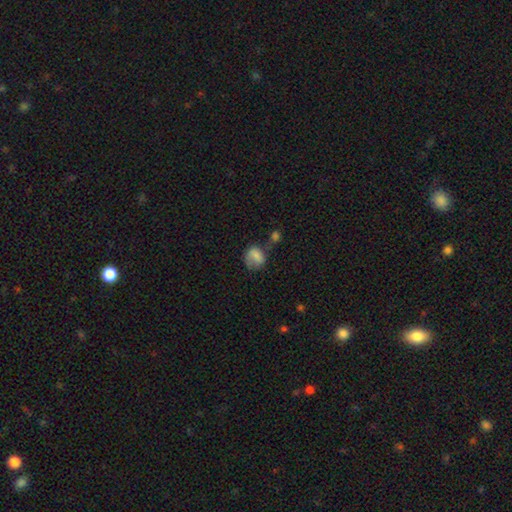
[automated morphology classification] This is likely a smooth galaxy (71%). How rounded: possibly round (59%). Merging: marginally none (39%).